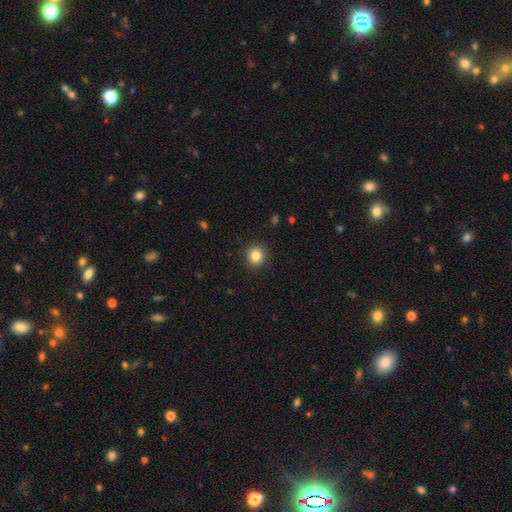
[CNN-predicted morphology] Q: Smooth or featured?
A: smooth (84%); runner-up: star or artifact (11%)
Q: How rounded?
A: round (88%); runner-up: in between (11%)
Q: Merging?
A: none (91%); runner-up: minor disturbance (6%)